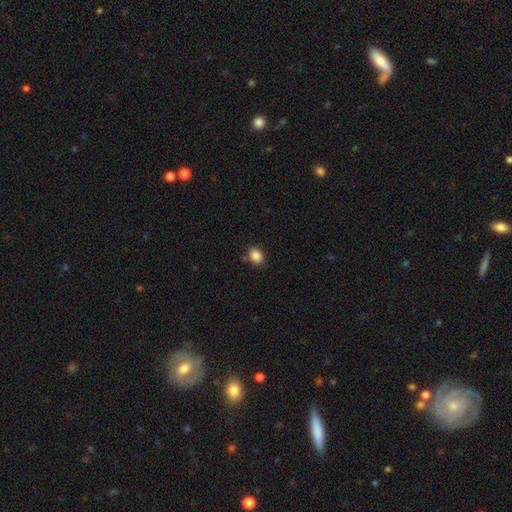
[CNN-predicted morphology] Q: Smooth or featured?
A: smooth (87%); runner-up: star or artifact (9%)
Q: How rounded?
A: in between (65%); runner-up: round (34%)
Q: Merging?
A: none (79%); runner-up: minor disturbance (13%)